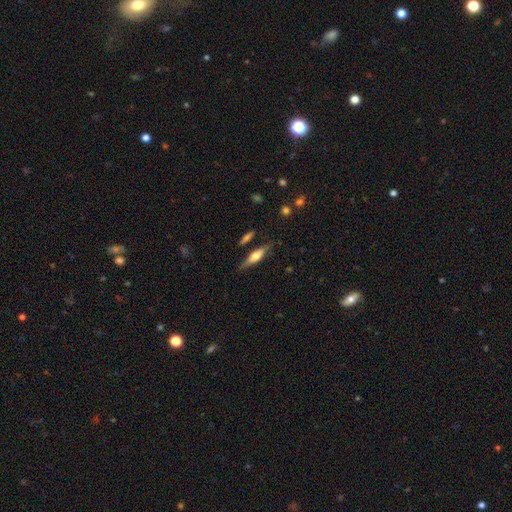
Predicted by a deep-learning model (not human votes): featured or disk 49%, smooth 44%, star or artifact 6%. Down the decision tree: merging — none (78%).